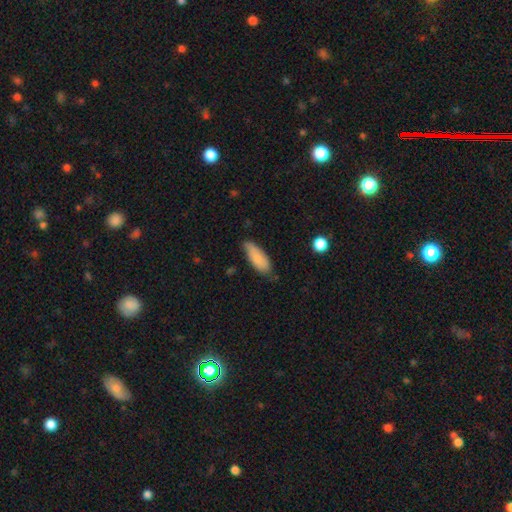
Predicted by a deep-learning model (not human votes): Smooth or featured: smooth — 83% (featured or disk — 11%)
How rounded: in between — 75% (cigar-shaped — 24%)
Merging: none — 71% (minor disturbance — 24%)